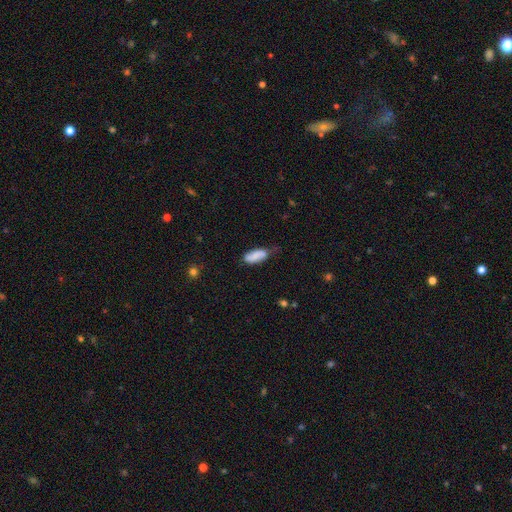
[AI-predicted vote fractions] Smooth or featured? Predicted: smooth (p=0.80). How rounded? Predicted: in between (p=0.80). Merging? Predicted: none (p=0.43).